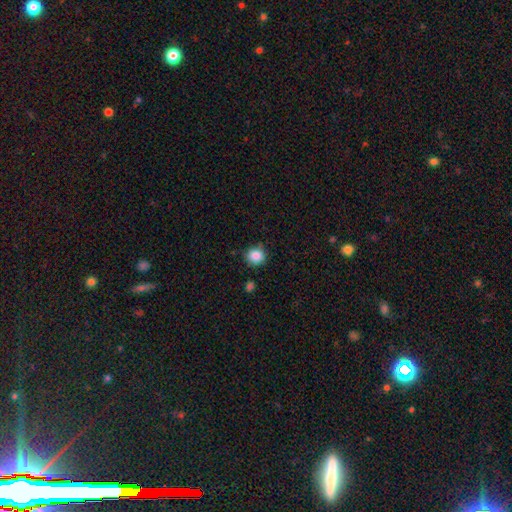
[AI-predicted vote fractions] Smooth or featured?
  - smooth: 87% *
  - star or artifact: 9%
  - featured or disk: 4%
How rounded?
  - round: 88% *
  - in between: 11%
  - cigar-shaped: 1%
Merging?
  - none: 81% *
  - minor disturbance: 13%
  - major disturbance: 3%
  - merger: 3%